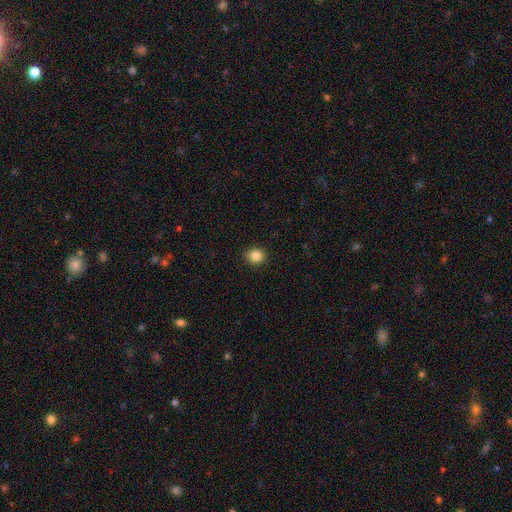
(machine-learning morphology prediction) Q: Smooth or featured?
A: smooth (85%); runner-up: star or artifact (11%)
Q: How rounded?
A: round (83%); runner-up: in between (16%)
Q: Merging?
A: none (90%); runner-up: minor disturbance (7%)